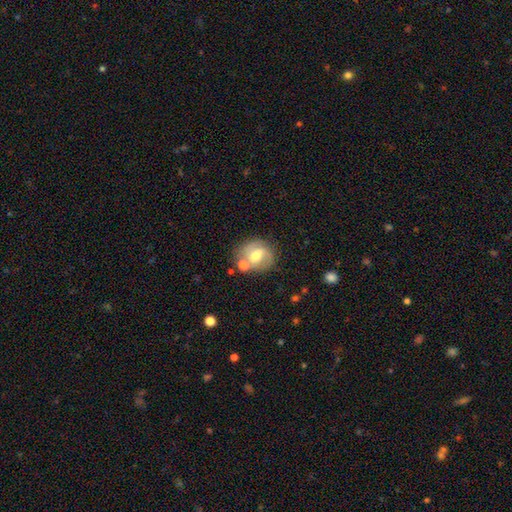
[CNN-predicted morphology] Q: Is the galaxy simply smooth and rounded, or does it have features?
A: featured or disk — 47%.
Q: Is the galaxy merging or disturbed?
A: none — 63%.